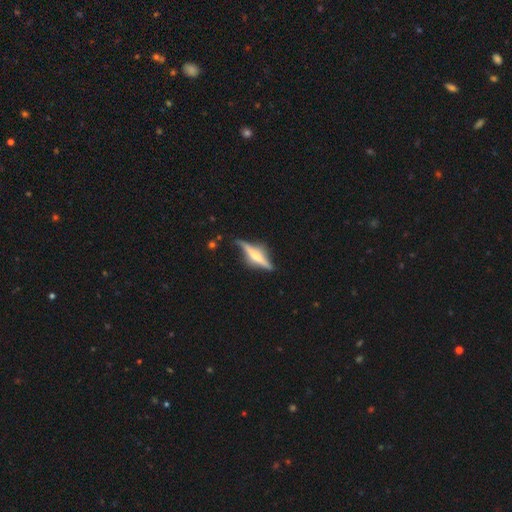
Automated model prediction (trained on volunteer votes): Morphology: type=featured or disk (72%); edge-on=yes (94%); edge-on bulge=rounded (75%); merging=none (75%).